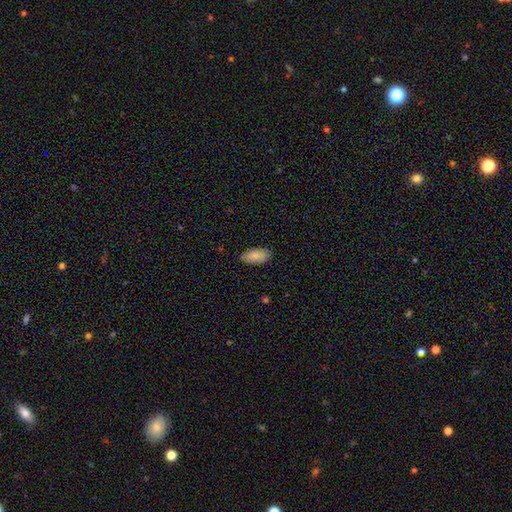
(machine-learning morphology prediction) smooth_or_featured: smooth (p=0.86) [alt: featured or disk p=0.08]
how_rounded: in between (p=0.93) [alt: cigar-shaped p=0.04]
merging: none (p=0.86) [alt: minor disturbance p=0.11]